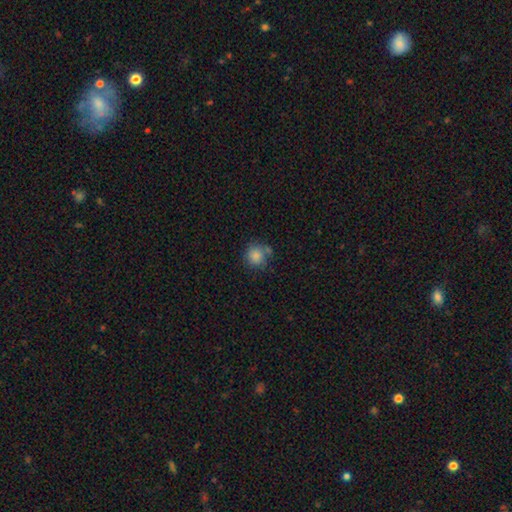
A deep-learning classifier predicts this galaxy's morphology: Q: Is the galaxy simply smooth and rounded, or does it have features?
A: smooth — 85%.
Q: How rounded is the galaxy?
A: round — 90%.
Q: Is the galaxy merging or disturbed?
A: none — 67%.